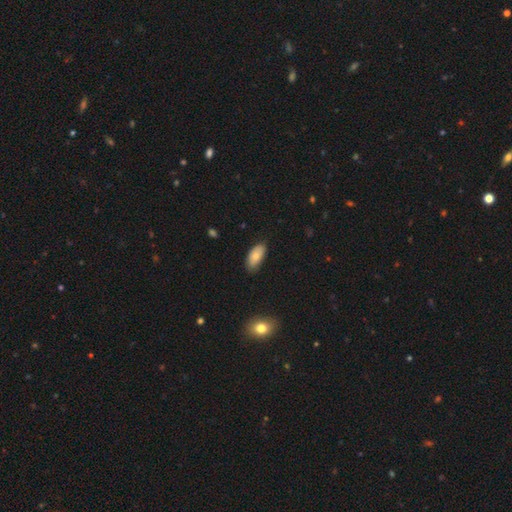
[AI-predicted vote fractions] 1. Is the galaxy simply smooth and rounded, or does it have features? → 80% smooth, 14% featured or disk, 7% star or artifact.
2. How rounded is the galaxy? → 92% in between, 6% cigar-shaped, 2% round.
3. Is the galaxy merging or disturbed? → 81% none, 16% minor disturbance, 2% major disturbance, 1% merger.